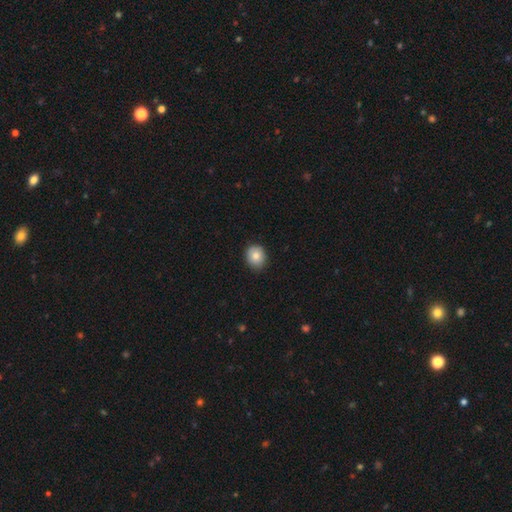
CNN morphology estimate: smooth 84%, star or artifact 8%, featured or disk 8%. Down the decision tree: how rounded — round (65%); merging — none (86%).